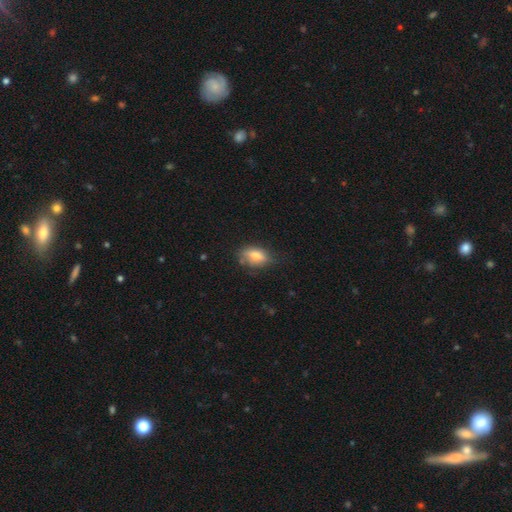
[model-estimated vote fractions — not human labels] Morphology: type=smooth (72%); roundness=in between (87%); merging=none (63%).